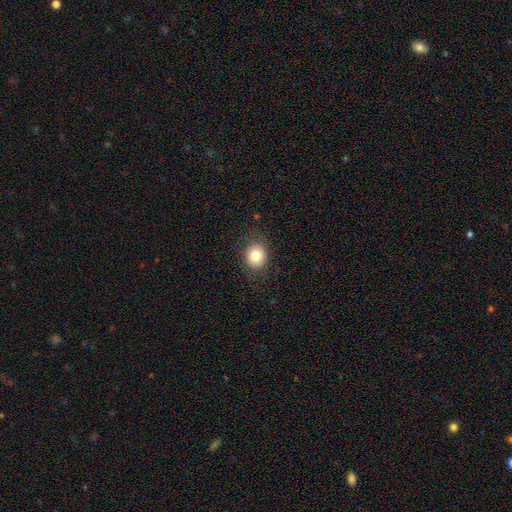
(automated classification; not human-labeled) Smooth or featured?
  - smooth: 81% *
  - star or artifact: 10%
  - featured or disk: 9%
How rounded?
  - round: 67% *
  - in between: 32%
  - cigar-shaped: 1%
Merging?
  - none: 86% *
  - minor disturbance: 10%
  - major disturbance: 3%
  - merger: 1%